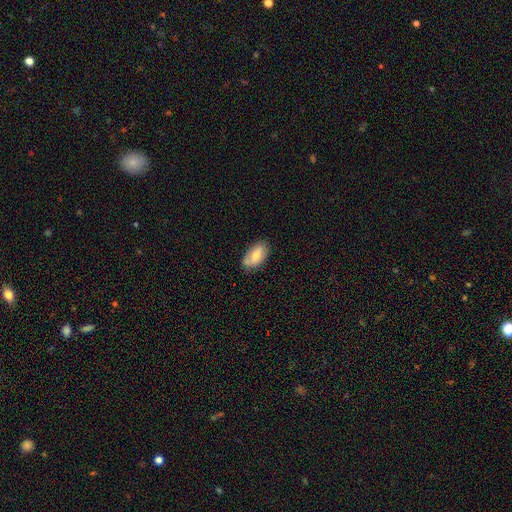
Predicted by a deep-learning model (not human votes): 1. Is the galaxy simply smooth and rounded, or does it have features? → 73% smooth, 20% featured or disk, 7% star or artifact.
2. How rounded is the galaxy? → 94% in between, 3% round, 3% cigar-shaped.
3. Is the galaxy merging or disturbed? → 67% none, 23% minor disturbance, 5% merger, 4% major disturbance.